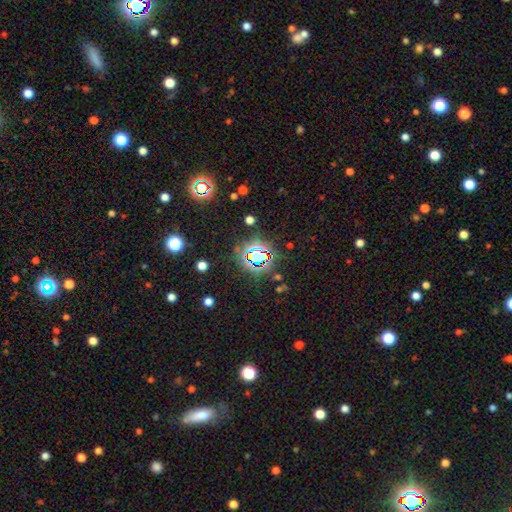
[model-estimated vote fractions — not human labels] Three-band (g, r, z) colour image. It shows a star or artifact, not a galaxy (71%).